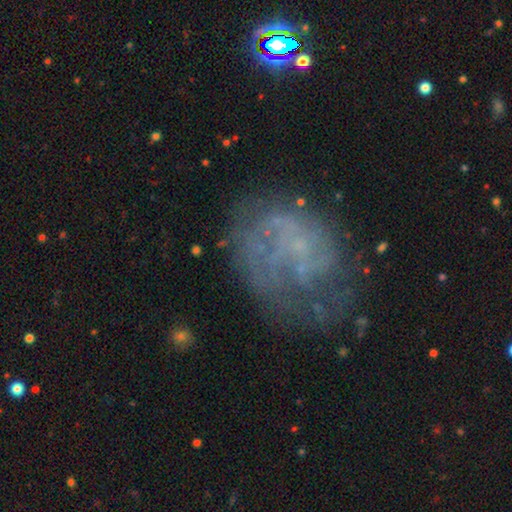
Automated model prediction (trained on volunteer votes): Morphology: type=featured or disk (62%); edge-on=no (98%); bar=no (86%); spiral arms=no (53%); bulge=none (67%); merging=none (48%).